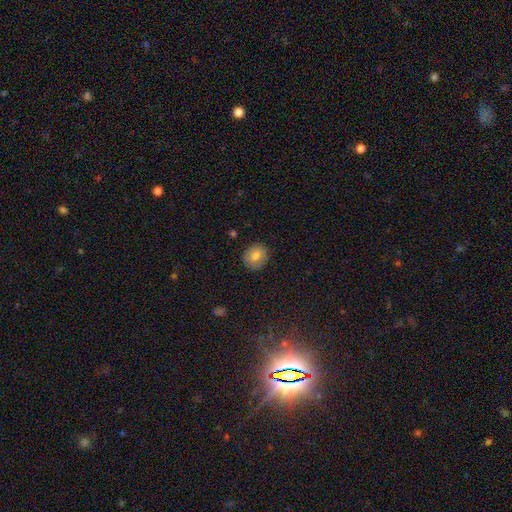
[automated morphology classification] smooth 78%, featured or disk 13%, star or artifact 9%. Down the decision tree: how rounded — round (75%); merging — none (86%).